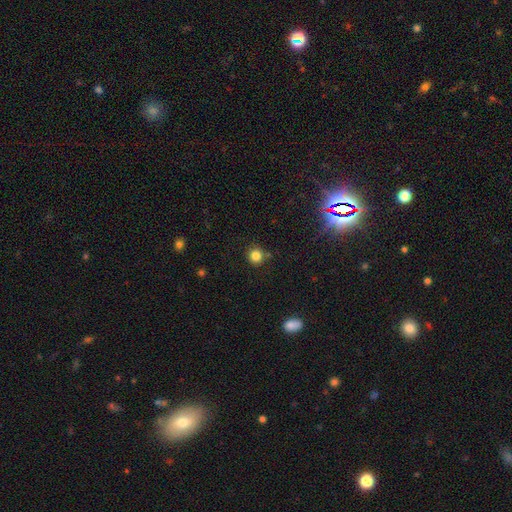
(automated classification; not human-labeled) This appears to be a smooth galaxy with no disk features (82%) that is round (90%). Merging: none (83%).